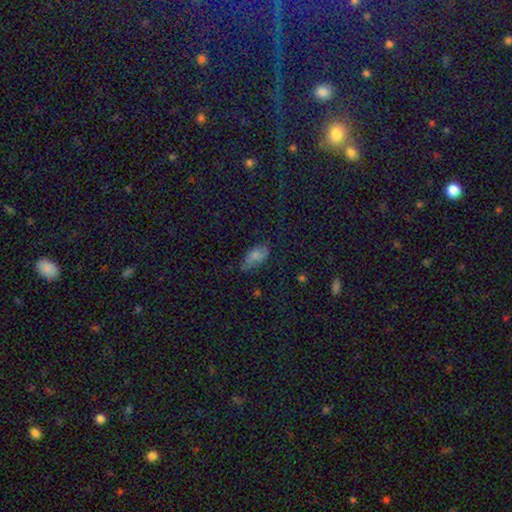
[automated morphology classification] Smooth or featured?
  - smooth: 75% *
  - featured or disk: 13%
  - star or artifact: 12%
How rounded?
  - in between: 91% *
  - cigar-shaped: 5%
  - round: 4%
Merging?
  - none: 58% *
  - minor disturbance: 30%
  - major disturbance: 9%
  - merger: 3%